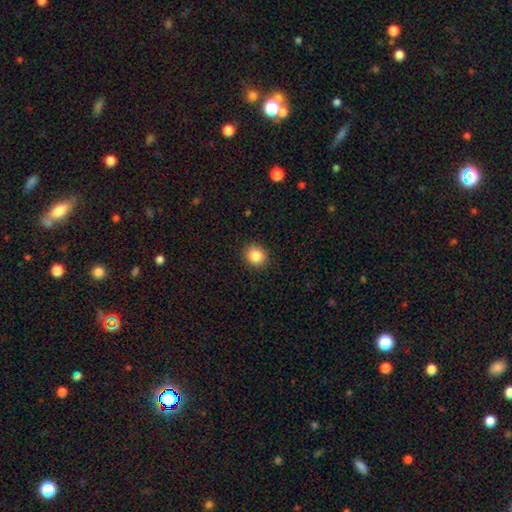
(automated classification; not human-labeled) Morphology: type=smooth (86%); roundness=round (77%); merging=none (90%).